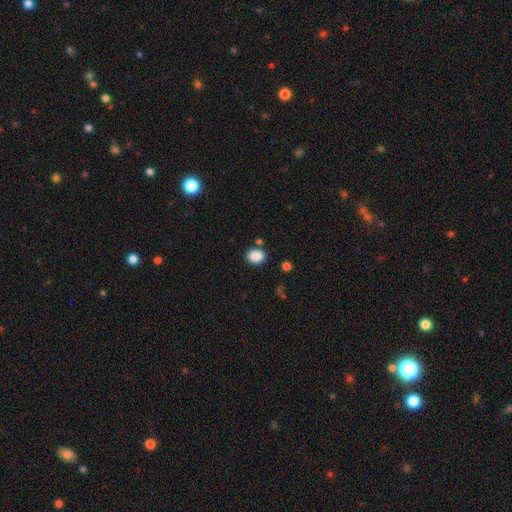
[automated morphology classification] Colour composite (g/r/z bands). It shows a smooth galaxy with no disk features (88%) that is in between round and cigar-shaped (59%). Merging: none (82%).